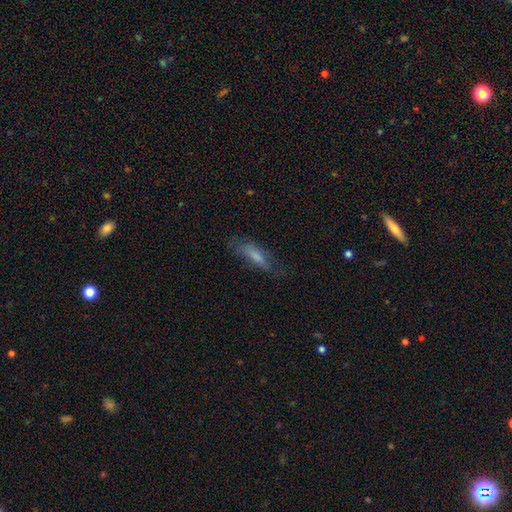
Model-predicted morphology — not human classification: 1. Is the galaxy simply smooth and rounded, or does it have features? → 68% smooth, 24% featured or disk, 8% star or artifact.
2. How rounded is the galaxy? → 56% cigar-shaped, 42% in between, 2% round.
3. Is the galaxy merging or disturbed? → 63% none, 23% minor disturbance, 11% major disturbance, 2% merger.